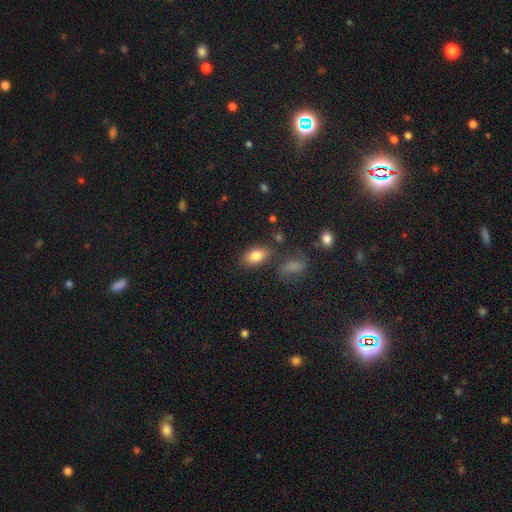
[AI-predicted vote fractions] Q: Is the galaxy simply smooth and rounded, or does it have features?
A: smooth — 79%.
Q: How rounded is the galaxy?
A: in between — 88%.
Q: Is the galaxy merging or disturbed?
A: none — 78%.